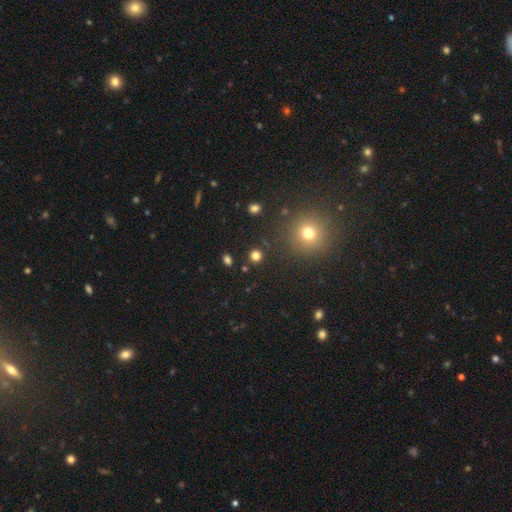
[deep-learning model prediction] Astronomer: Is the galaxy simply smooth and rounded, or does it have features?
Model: smooth — 76%.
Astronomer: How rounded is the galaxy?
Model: round — 89%.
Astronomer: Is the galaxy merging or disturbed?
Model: none — 88%.